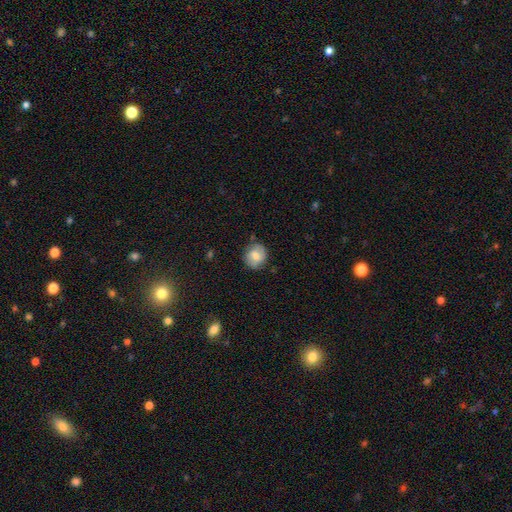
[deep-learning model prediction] A smooth galaxy with no disk features (60%) that is round (80%). Merging: none (77%).